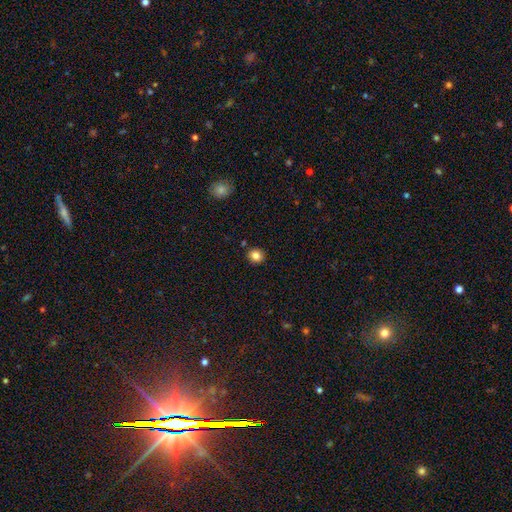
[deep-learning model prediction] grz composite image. It shows a smooth galaxy with no disk features (83%) that is round (82%). Merging: none (89%).